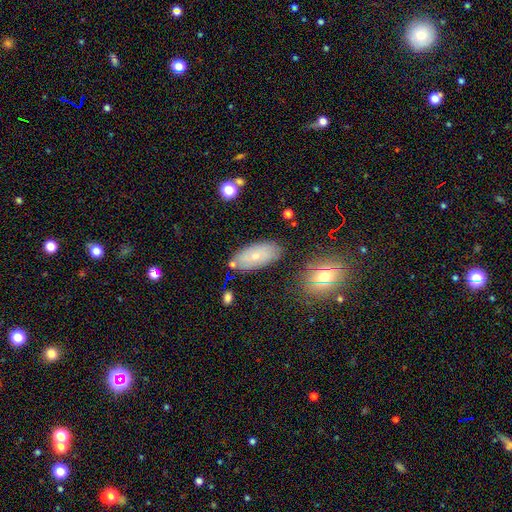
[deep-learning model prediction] The model was most divided on "smooth or featured": smooth: 64%, featured or disk: 27%, star or artifact: 10%. More confident: how rounded — in between (91%); merging — none (78%).